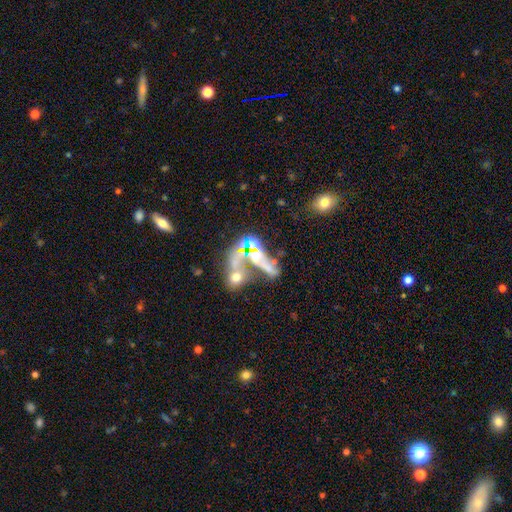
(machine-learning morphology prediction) Q: Smooth or featured?
A: featured or disk (39%); runner-up: smooth (32%)
Q: Merging?
A: merger (54%); runner-up: major disturbance (19%)